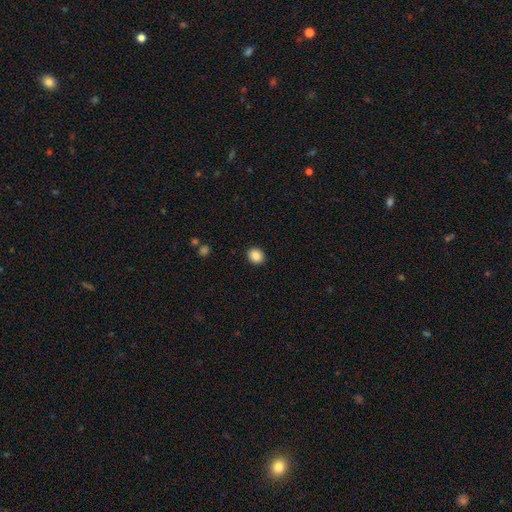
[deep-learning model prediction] Overall: smooth (88%). How rounded: round (65%; in between 34%). Merging: none (91%).